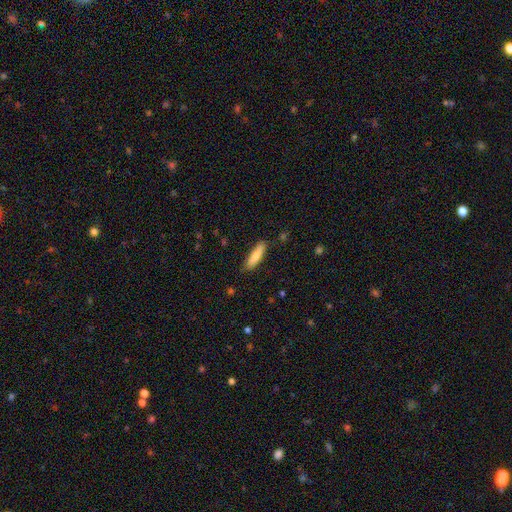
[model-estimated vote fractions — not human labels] Q: Smooth or featured?
A: smooth (82%); runner-up: featured or disk (12%)
Q: How rounded?
A: cigar-shaped (70%); runner-up: in between (28%)
Q: Merging?
A: none (84%); runner-up: minor disturbance (12%)